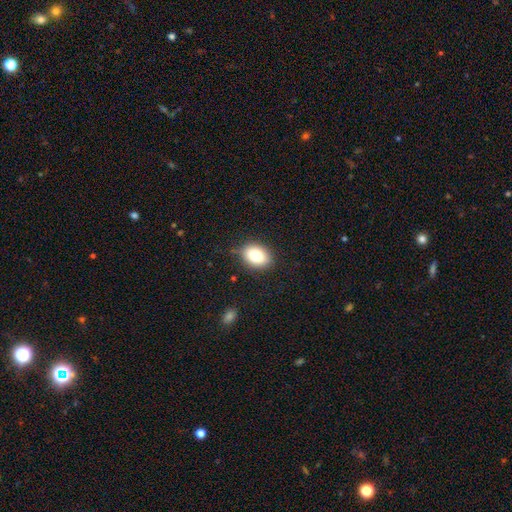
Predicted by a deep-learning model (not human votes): A smooth galaxy with no disk features (80%) that is in between round and cigar-shaped (72%).

Vote fractions:
- Smooth or featured? smooth: 80% / featured or disk: 11% / star or artifact: 9%
- How rounded? in between: 72% / round: 27% / cigar-shaped: 1%
- Merging? none: 82% / minor disturbance: 13% / major disturbance: 3% / merger: 1%